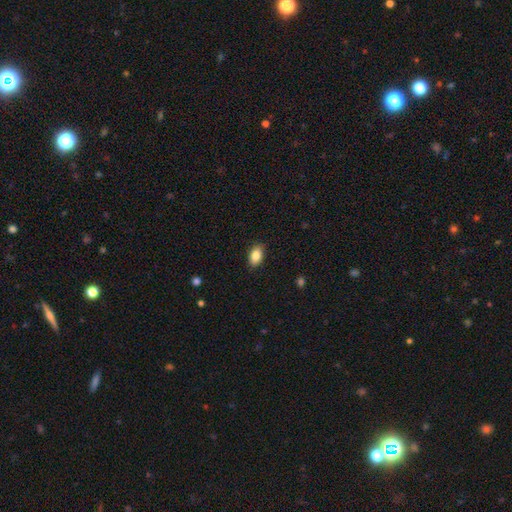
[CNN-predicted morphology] smooth_or_featured: smooth (p=0.86) [alt: star or artifact p=0.08]
how_rounded: in between (p=0.90) [alt: round p=0.08]
merging: none (p=0.86) [alt: minor disturbance p=0.11]